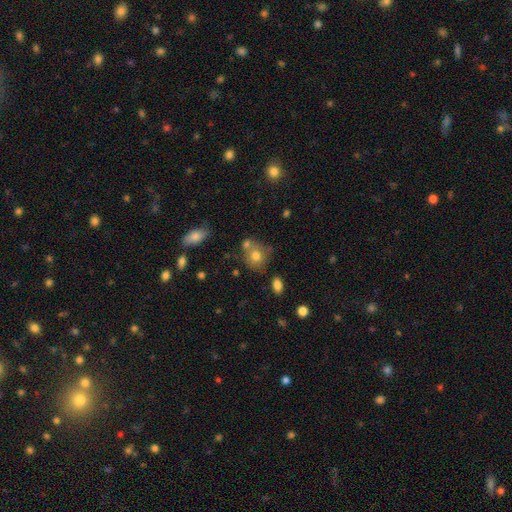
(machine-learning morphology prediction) smooth 74%, featured or disk 16%, star or artifact 11%. Down the decision tree: how rounded — round (72%); merging — none (57%).